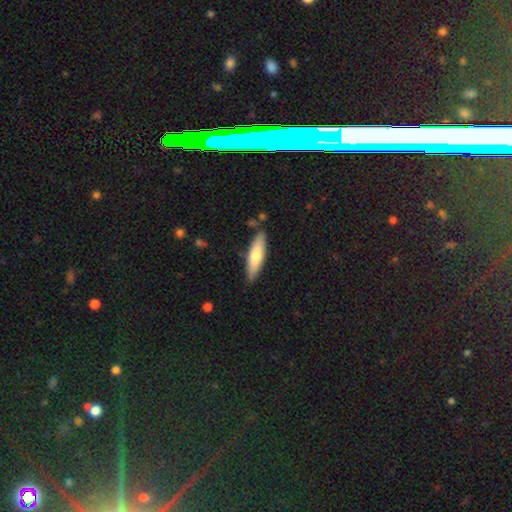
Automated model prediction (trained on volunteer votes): smooth-or-featured: smooth: 68% | featured or disk: 27% | star or artifact: 5%
  how-rounded: cigar-shaped: 66% | in between: 33% | round: 1%
  merging: none: 84% | minor disturbance: 12% | merger: 3% | major disturbance: 2%